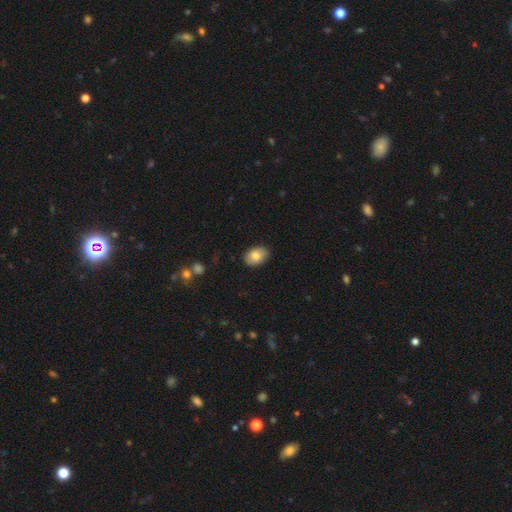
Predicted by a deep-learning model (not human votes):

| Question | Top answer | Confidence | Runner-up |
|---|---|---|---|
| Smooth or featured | smooth | 83% | featured or disk (10%) |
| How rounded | in between | 83% | round (16%) |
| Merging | none | 86% | minor disturbance (11%) |